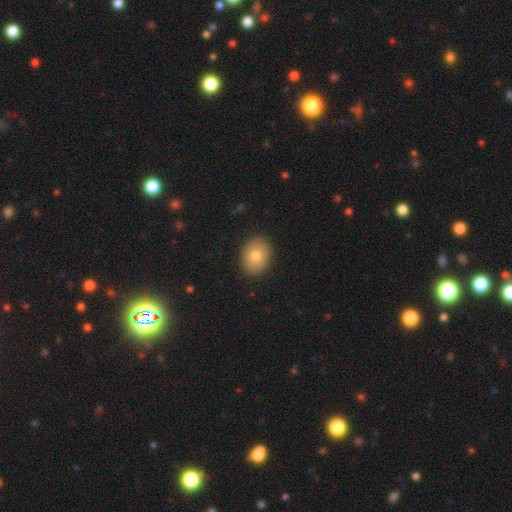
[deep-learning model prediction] Smooth or featured? smooth (79%)
How rounded? in between (63%)
Merging? none (88%)